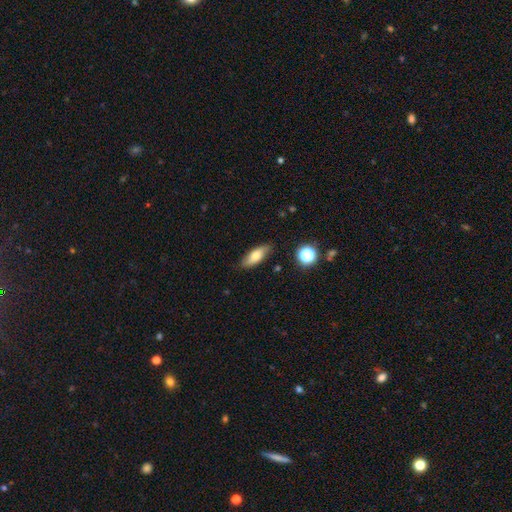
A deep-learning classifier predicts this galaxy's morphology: Smooth or featured: smooth — 70% (featured or disk — 22%)
How rounded: in between — 72% (cigar-shaped — 24%)
Merging: none — 81% (minor disturbance — 15%)